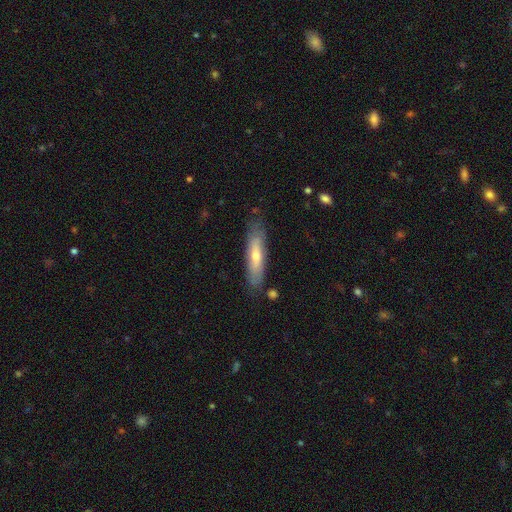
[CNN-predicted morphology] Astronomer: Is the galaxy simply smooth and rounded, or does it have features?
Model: smooth — 56% (runner-up: featured or disk, 38%).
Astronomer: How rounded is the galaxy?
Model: cigar-shaped — 74%.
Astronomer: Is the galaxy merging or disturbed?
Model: none — 78%.